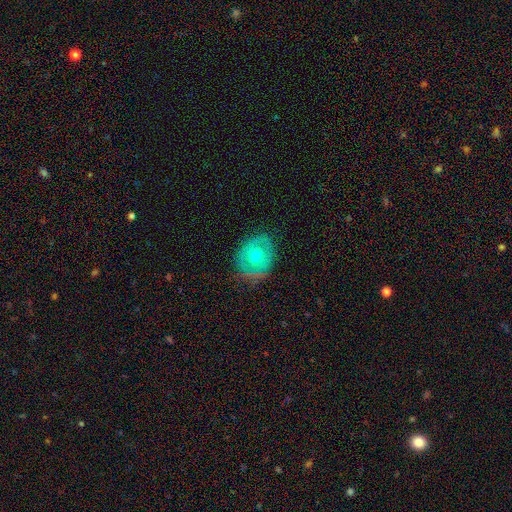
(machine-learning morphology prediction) Smooth or featured? featured or disk (50%)
Merging? none (74%)